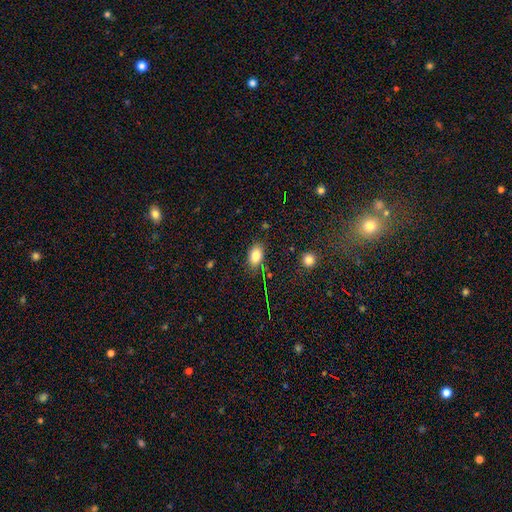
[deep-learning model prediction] Morphology: type=smooth (83%); roundness=in between (89%); merging=none (81%).